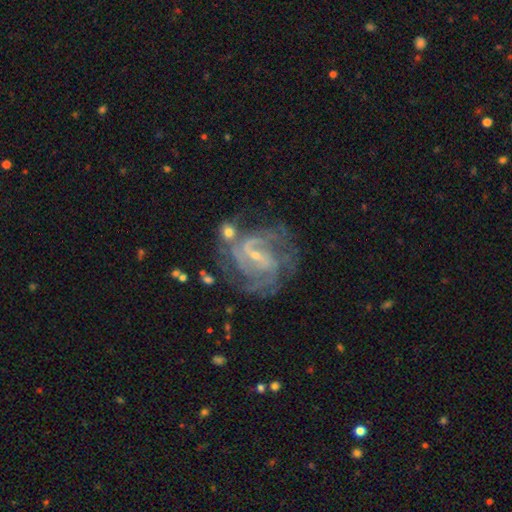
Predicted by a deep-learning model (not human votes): Smooth or featured?
  - featured or disk: 89% *
  - star or artifact: 6%
  - smooth: 5%
Edge-on disk?
  - no: 98% *
  - yes: 2%
Bar?
  - weak: 50% *
  - strong: 29%
  - no: 21%
Spiral arms?
  - yes: 96% *
  - no: 4%
Spiral winding?
  - medium: 45% *
  - tight: 44%
  - loose: 11%
Spiral arm count?
  - 2: 27% *
  - 3: 25%
  - can't tell: 21%
  - 4: 16%
  - more than 4: 6%
  - 1: 5%
Bulge size?
  - small: 77% *
  - moderate: 18%
  - none: 3%
  - large: 1%
  - dominant: 1%
Merging?
  - none: 60% *
  - minor disturbance: 18%
  - major disturbance: 14%
  - merger: 8%